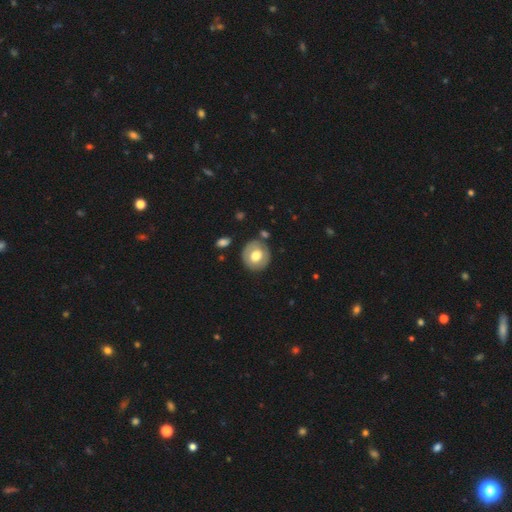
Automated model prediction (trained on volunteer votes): Q: Smooth or featured?
A: smooth (60%); runner-up: featured or disk (33%)
Q: How rounded?
A: round (81%); runner-up: in between (18%)
Q: Merging?
A: none (81%); runner-up: minor disturbance (12%)